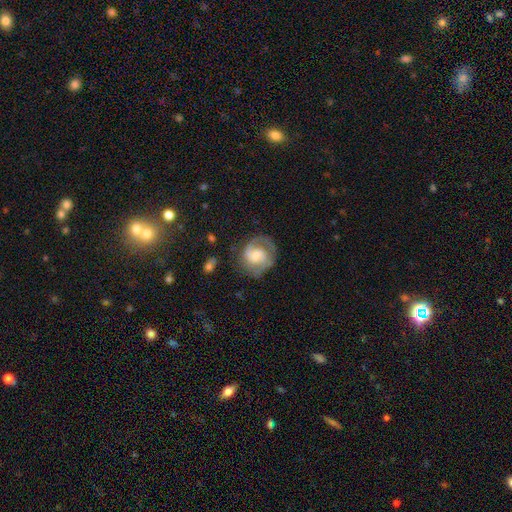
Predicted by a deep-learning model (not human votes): Smooth or featured?
  - featured or disk: 74% *
  - smooth: 20%
  - star or artifact: 6%
Edge-on disk?
  - no: 98% *
  - yes: 2%
Bar?
  - no: 47% *
  - weak: 44%
  - strong: 9%
Spiral arms?
  - yes: 92% *
  - no: 8%
Spiral winding?
  - medium: 43% *
  - tight: 42%
  - loose: 15%
Spiral arm count?
  - 2: 70% *
  - 1: 12%
  - can't tell: 11%
  - 3: 4%
  - 4: 1%
  - more than 4: 1%
Bulge size?
  - moderate: 38% *
  - small: 37%
  - large: 13%
  - none: 11%
  - dominant: 2%
Merging?
  - none: 68% *
  - minor disturbance: 19%
  - major disturbance: 12%
  - merger: 2%